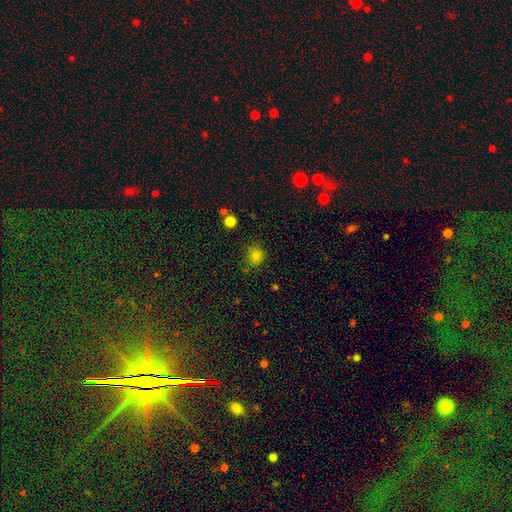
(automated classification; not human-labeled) smooth_or_featured: smooth (p=0.81) [alt: star or artifact p=0.14]
how_rounded: round (p=0.78) [alt: in between p=0.21]
merging: none (p=0.79) [alt: minor disturbance p=0.14]